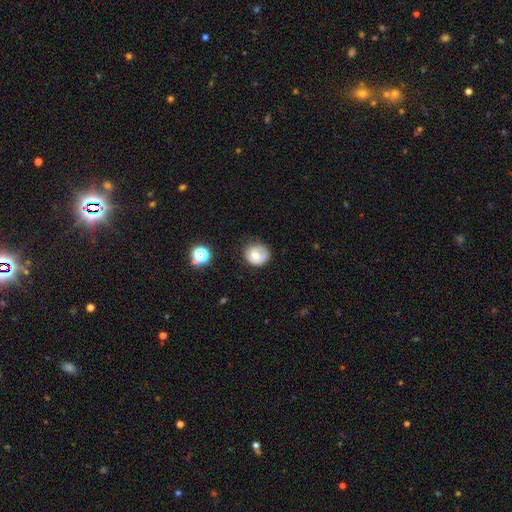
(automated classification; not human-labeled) Smooth or featured?
  - smooth: 72% *
  - featured or disk: 18%
  - star or artifact: 10%
How rounded?
  - round: 81% *
  - in between: 18%
  - cigar-shaped: 1%
Merging?
  - none: 68% *
  - minor disturbance: 23%
  - major disturbance: 7%
  - merger: 2%